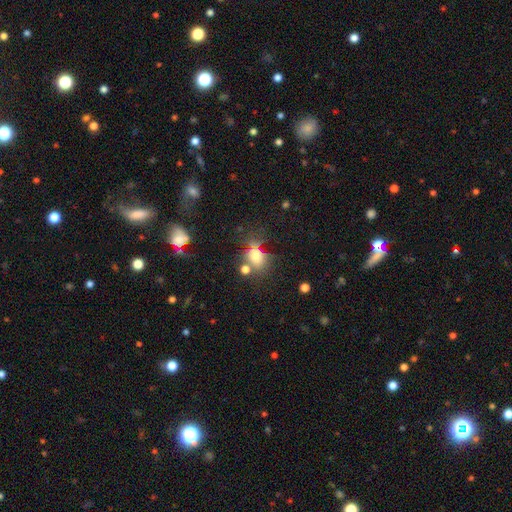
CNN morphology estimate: smooth-or-featured: smooth: 69% | featured or disk: 16% | star or artifact: 15%
  how-rounded: in between: 53% | round: 45% | cigar-shaped: 2%
  merging: none: 44% | merger: 22% | minor disturbance: 19% | major disturbance: 15%